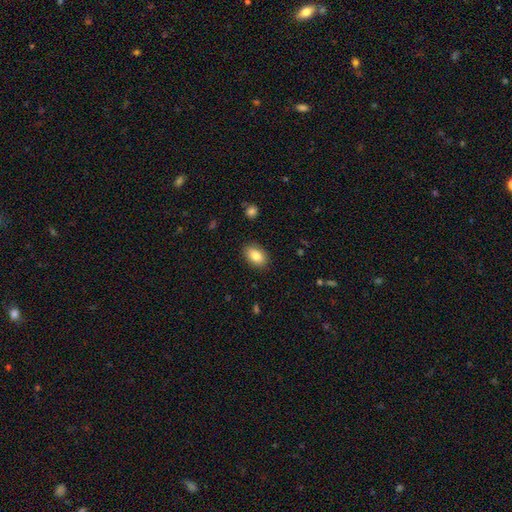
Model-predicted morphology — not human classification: Q: Smooth or featured?
A: smooth (85%); runner-up: star or artifact (8%)
Q: How rounded?
A: in between (88%); runner-up: round (11%)
Q: Merging?
A: none (88%); runner-up: minor disturbance (9%)